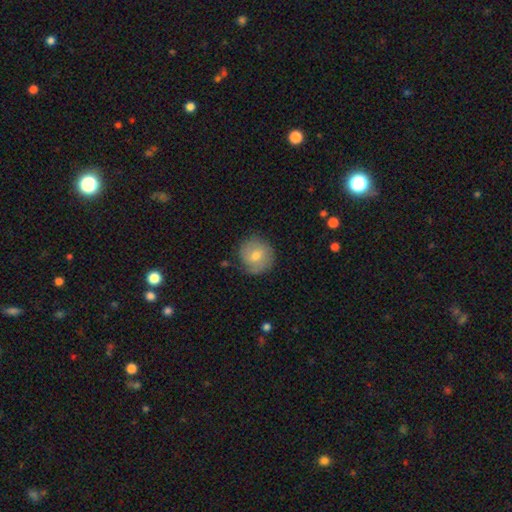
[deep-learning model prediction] Smooth or featured: smooth — 61% (featured or disk — 31%)
How rounded: round — 90% (in between — 9%)
Merging: none — 79% (minor disturbance — 15%)